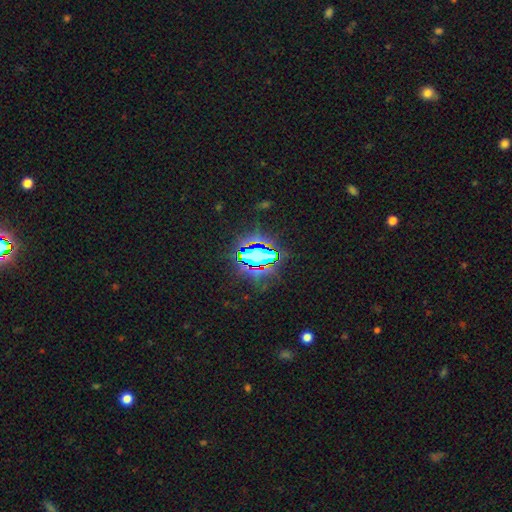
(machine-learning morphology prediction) A star or artifact, not a galaxy (68%).

Vote fractions:
- Smooth or featured? star or artifact: 68% / smooth: 18% / featured or disk: 14%